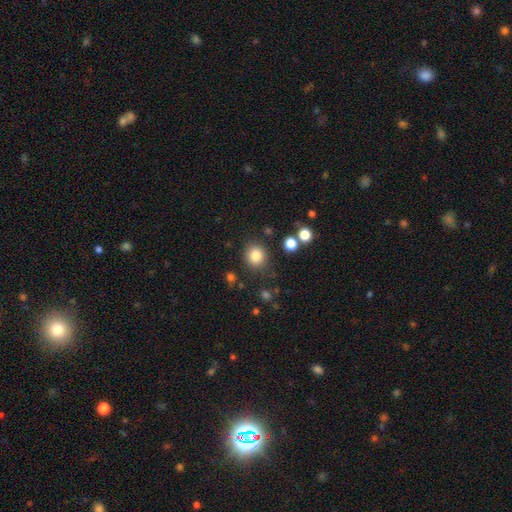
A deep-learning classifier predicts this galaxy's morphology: type=smooth (83%); roundness=round (84%); merging=none (84%).